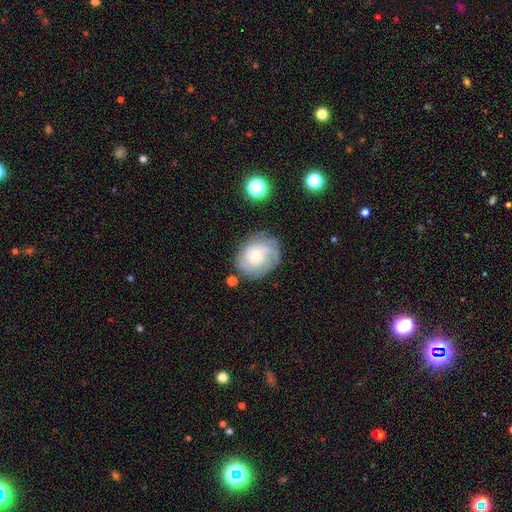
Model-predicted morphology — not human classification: Smooth or featured: featured or disk — 60% (smooth — 32%)
Edge-on disk: no — 97% (yes — 3%)
Bar: no — 78% (weak — 19%)
Spiral arms: yes — 86% (no — 14%)
Spiral winding: tight — 55% (medium — 33%)
Spiral arm count: can't tell — 42% (3 — 22%)
Bulge size: moderate — 56% (small — 33%)
Merging: none — 69% (minor disturbance — 20%)